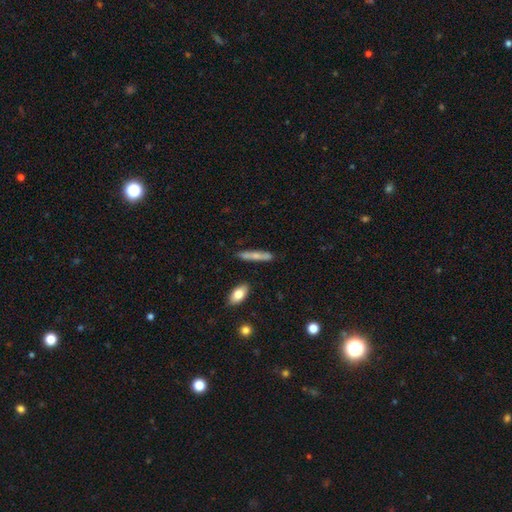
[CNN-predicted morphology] type=smooth (63%); roundness=cigar-shaped (86%); merging=none (83%).